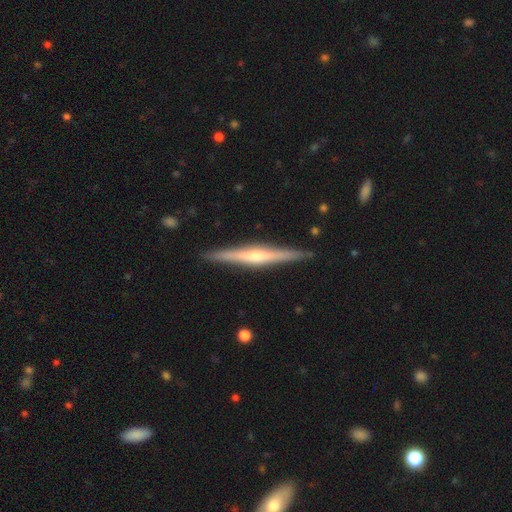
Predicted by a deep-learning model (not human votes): The model was most divided on "edge-on bulge": rounded: 70%, none: 19%, boxy: 11%. More confident: edge-on disk — yes (98%); merging — none (90%); smooth or featured — featured or disk (73%).